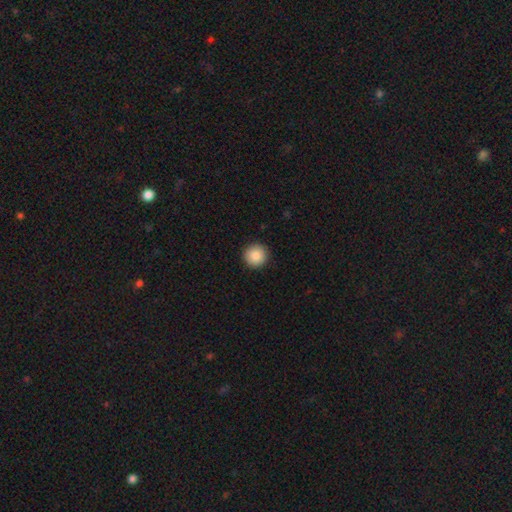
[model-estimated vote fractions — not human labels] Smooth or featured?
  - smooth: 87% *
  - star or artifact: 8%
  - featured or disk: 5%
How rounded?
  - round: 96% *
  - in between: 3%
  - cigar-shaped: 1%
Merging?
  - none: 93% *
  - minor disturbance: 5%
  - major disturbance: 1%
  - merger: 1%